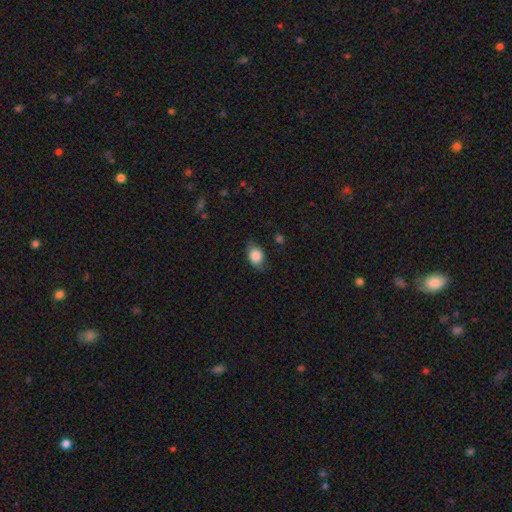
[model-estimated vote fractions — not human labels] Smooth or featured: smooth — 84% (featured or disk — 8%)
How rounded: in between — 76% (round — 22%)
Merging: none — 72% (minor disturbance — 21%)